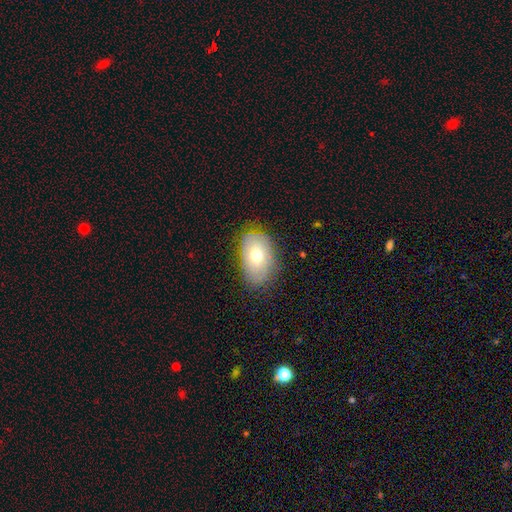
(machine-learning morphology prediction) A smooth galaxy with no disk features (63%) that is in between round and cigar-shaped (88%). Merging: none (75%).